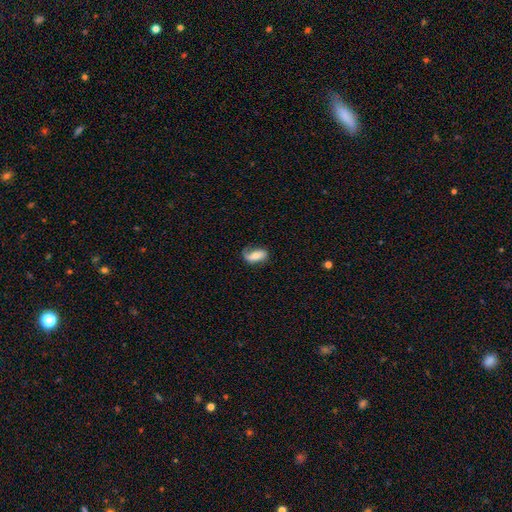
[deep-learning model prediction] Overall: smooth (54%; featured or disk 39%). How rounded: in between (88%). Merging: none (52%; minor disturbance 28%).